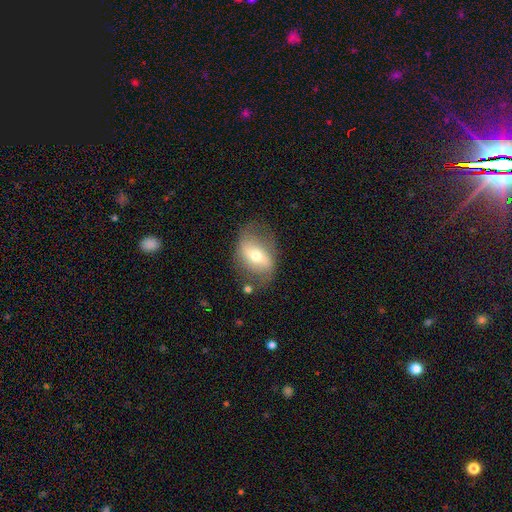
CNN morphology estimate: Smooth or featured?
  - featured or disk: 61% *
  - smooth: 31%
  - star or artifact: 7%
Edge-on disk?
  - no: 91% *
  - yes: 9%
Bar?
  - strong: 45% *
  - weak: 32%
  - no: 23%
Spiral arms?
  - yes: 65% *
  - no: 35%
Bulge size?
  - moderate: 58% *
  - small: 35%
  - large: 5%
  - dominant: 1%
  - none: 1%
Merging?
  - none: 66% *
  - minor disturbance: 21%
  - major disturbance: 10%
  - merger: 3%